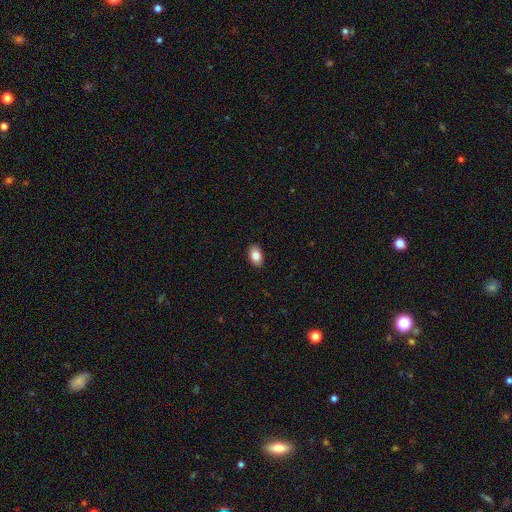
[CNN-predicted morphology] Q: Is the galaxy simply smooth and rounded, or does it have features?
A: smooth — 85%.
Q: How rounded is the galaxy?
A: in between — 89%.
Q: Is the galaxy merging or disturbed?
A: none — 90%.